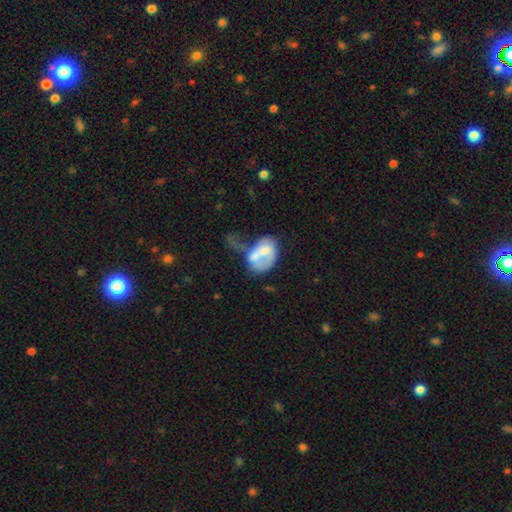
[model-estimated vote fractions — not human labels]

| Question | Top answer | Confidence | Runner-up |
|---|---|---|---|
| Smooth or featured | smooth | 50% | featured or disk (42%) |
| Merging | merger | 39% | major disturbance (35%) |